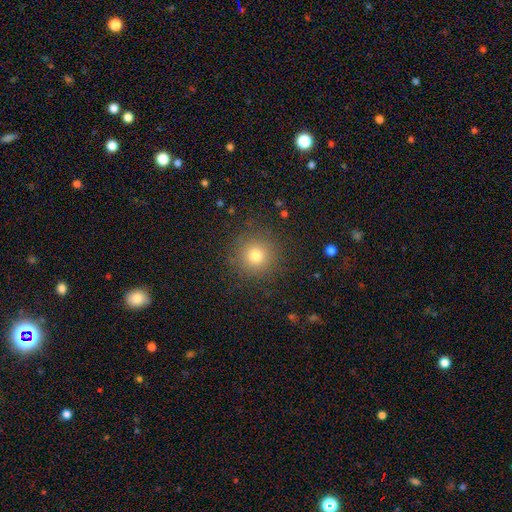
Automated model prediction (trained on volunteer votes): Smooth or featured? smooth (76%)
How rounded? round (95%)
Merging? none (88%)